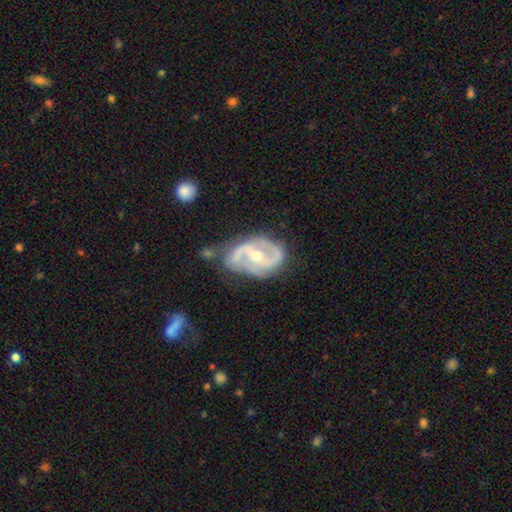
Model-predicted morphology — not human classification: Overall: featured or disk (89%). Edge-on disk: no (97%). Bar: weak (42%; strong 30%). Spiral arms: yes (94%). Spiral arm count: 2 (79%). Spiral winding: medium (50%; tight 28%). Bulge size: moderate (63%; small 33%). Merging: none (51%; minor disturbance 29%).